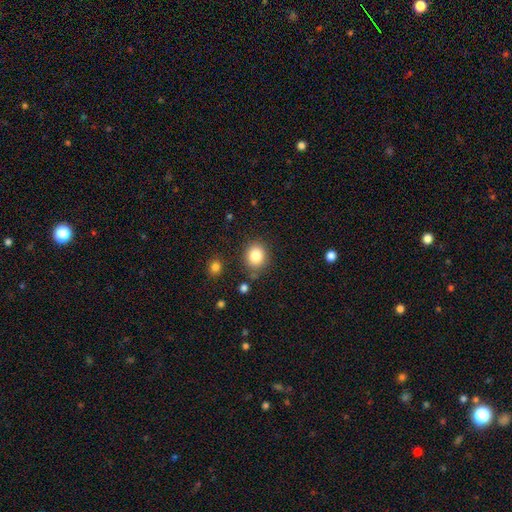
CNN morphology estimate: Overall: smooth (84%). How rounded: round (71%). Merging: none (80%).